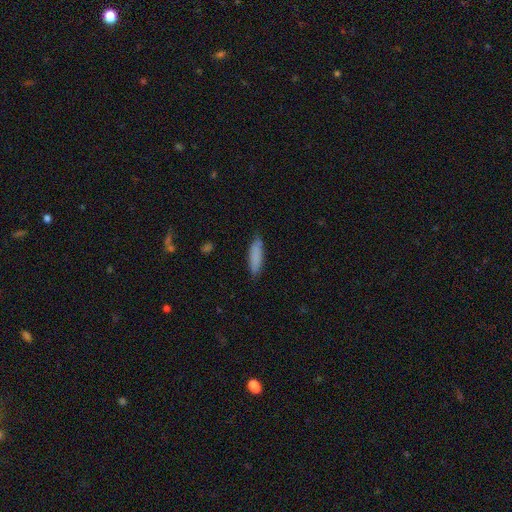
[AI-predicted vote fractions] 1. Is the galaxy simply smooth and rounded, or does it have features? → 85% smooth, 8% featured or disk, 6% star or artifact.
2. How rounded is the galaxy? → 65% cigar-shaped, 33% in between, 1% round.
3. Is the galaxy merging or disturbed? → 83% none, 14% minor disturbance, 2% major disturbance, 1% merger.